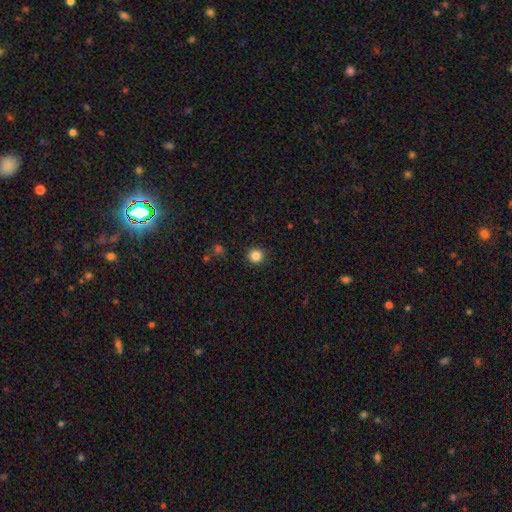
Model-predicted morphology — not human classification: This appears to be a smooth galaxy with no disk features (85%) that is round (93%). Merging: none (92%).